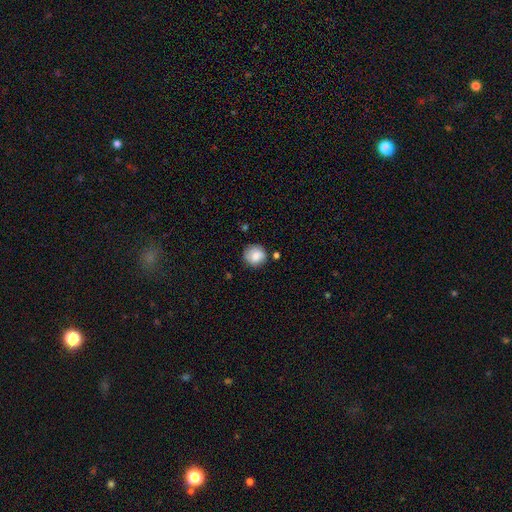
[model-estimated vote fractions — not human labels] smooth-or-featured: smooth: 81% | featured or disk: 11% | star or artifact: 8%
  how-rounded: round: 89% | in between: 10% | cigar-shaped: 1%
  merging: none: 77% | minor disturbance: 16% | merger: 4% | major disturbance: 3%